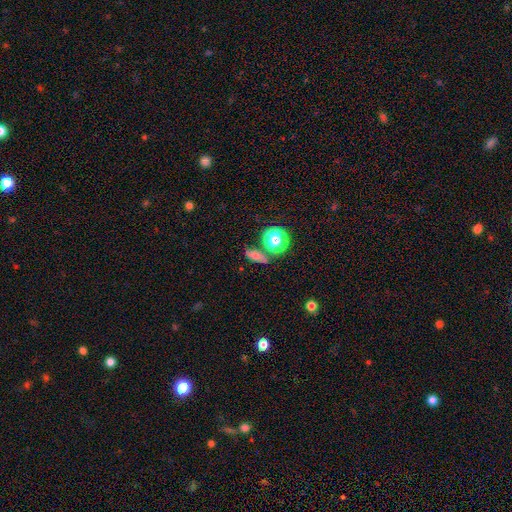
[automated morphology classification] A smooth galaxy with no disk features (60%) that is in between round and cigar-shaped (53%). Merging: none (68%).